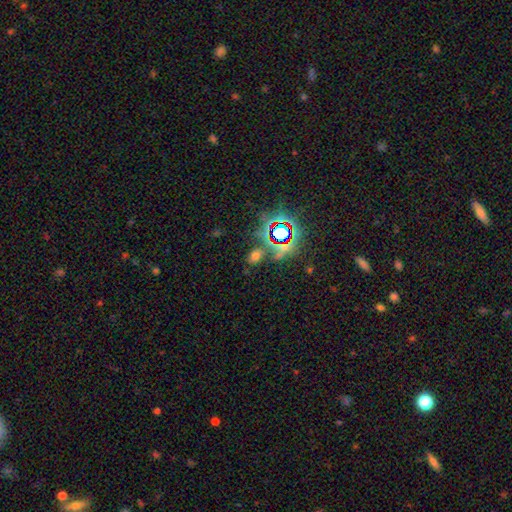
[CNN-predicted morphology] A smooth galaxy with no disk features (52%) that is in between round and cigar-shaped (68%). Merging: none (74%).